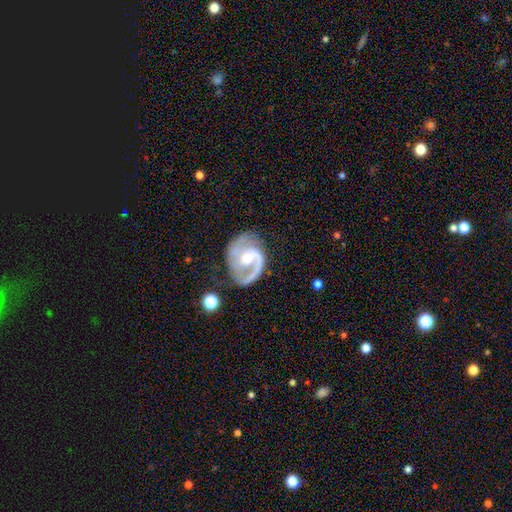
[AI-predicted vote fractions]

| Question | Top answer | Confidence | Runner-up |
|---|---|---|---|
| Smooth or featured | featured or disk | 88% | smooth (7%) |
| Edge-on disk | no | 98% | yes (2%) |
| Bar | no | 54% | weak (35%) |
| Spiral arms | yes | 96% | no (4%) |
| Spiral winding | medium | 50% | tight (30%) |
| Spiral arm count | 2 | 71% | 1 (19%) |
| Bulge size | moderate | 61% | small (34%) |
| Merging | none | 60% | minor disturbance (21%) |